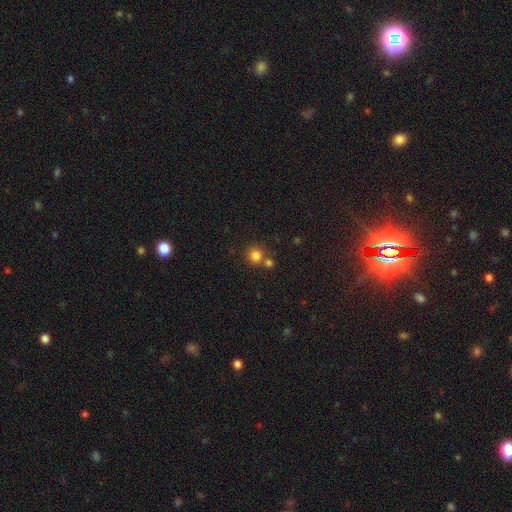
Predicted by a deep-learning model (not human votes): This is clearly a smooth galaxy (81%). How rounded: clearly round (90%). Merging: likely none (64%).